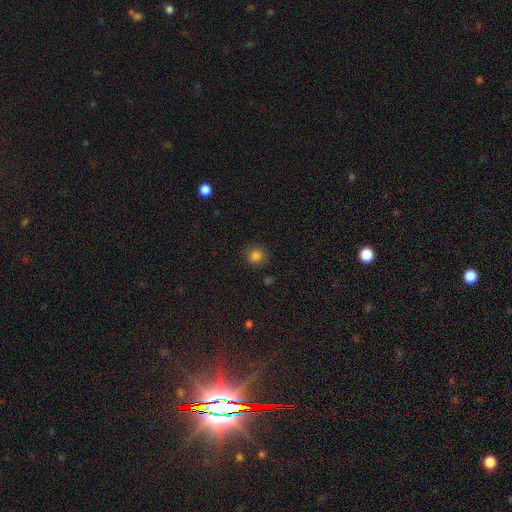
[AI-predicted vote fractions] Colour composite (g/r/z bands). It shows a smooth galaxy with no disk features (82%) that is round (89%). Merging: none (86%).